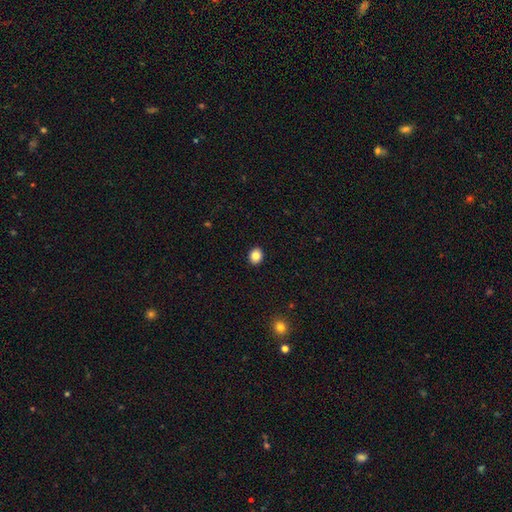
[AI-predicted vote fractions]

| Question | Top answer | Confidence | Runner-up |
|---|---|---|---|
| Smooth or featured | smooth | 85% | star or artifact (9%) |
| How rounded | round | 59% | in between (40%) |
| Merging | none | 92% | minor disturbance (5%) |